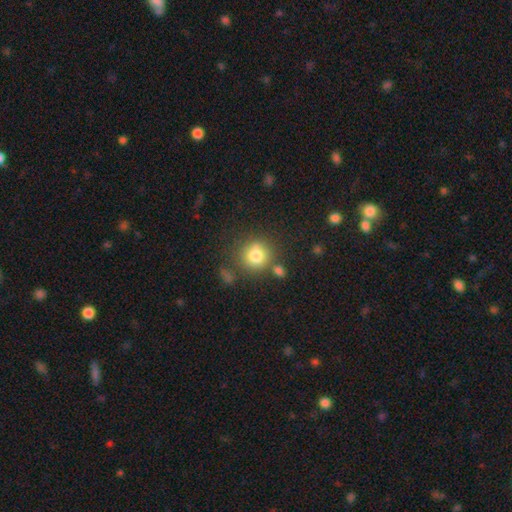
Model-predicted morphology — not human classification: This appears to be a smooth galaxy with no disk features (80%) that is round (89%). Merging: none (68%).